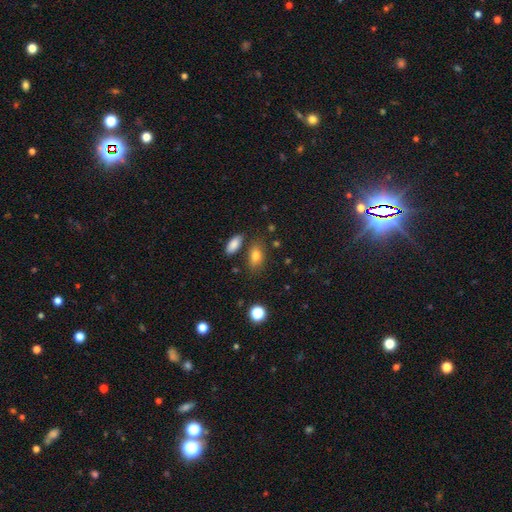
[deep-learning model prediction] Overall: smooth (80%). How rounded: in between (84%). Merging: none (73%).